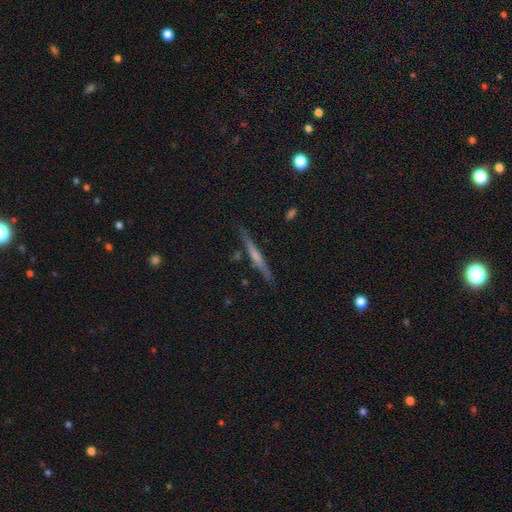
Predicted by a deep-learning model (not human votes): Smooth or featured: featured or disk — 55% (smooth — 39%)
Edge-on disk: yes — 96% (no — 4%)
Edge-on bulge: none — 64% (rounded — 22%)
Merging: none — 84% (minor disturbance — 11%)